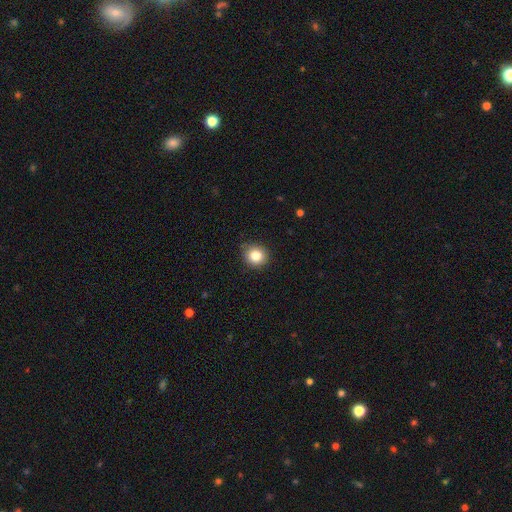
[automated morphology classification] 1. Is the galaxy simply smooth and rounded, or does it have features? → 83% smooth, 11% star or artifact, 7% featured or disk.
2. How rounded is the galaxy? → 88% round, 11% in between, 1% cigar-shaped.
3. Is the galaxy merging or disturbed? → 88% none, 9% minor disturbance, 2% major disturbance, 1% merger.